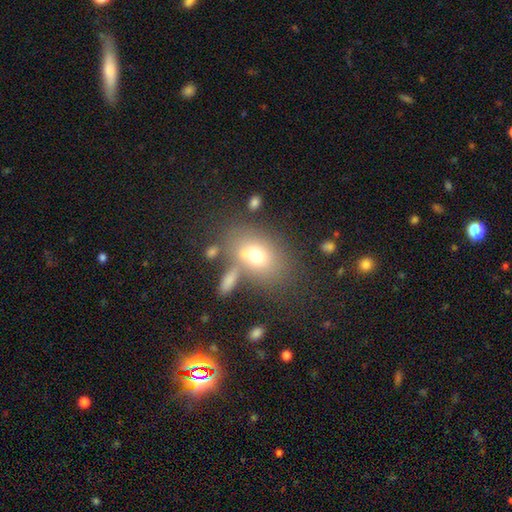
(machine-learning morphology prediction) smooth-or-featured: smooth: 68% | featured or disk: 19% | star or artifact: 12%
  how-rounded: in between: 71% | round: 27% | cigar-shaped: 2%
  merging: none: 57% | merger: 18% | minor disturbance: 15% | major disturbance: 9%